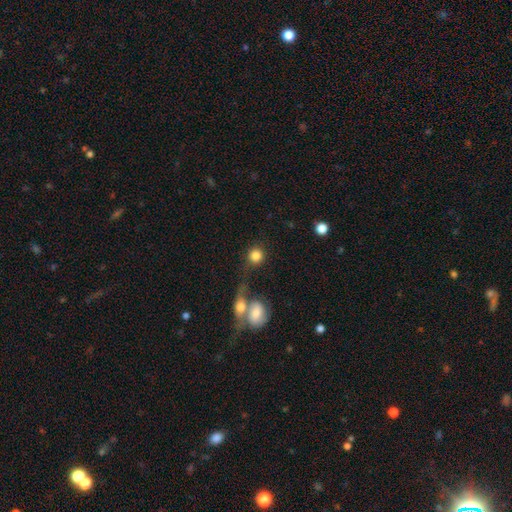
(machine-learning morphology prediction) Smooth or featured?
  - smooth: 84% *
  - star or artifact: 8%
  - featured or disk: 8%
How rounded?
  - round: 90% *
  - in between: 9%
  - cigar-shaped: 1%
Merging?
  - none: 59% *
  - merger: 23%
  - minor disturbance: 10%
  - major disturbance: 8%